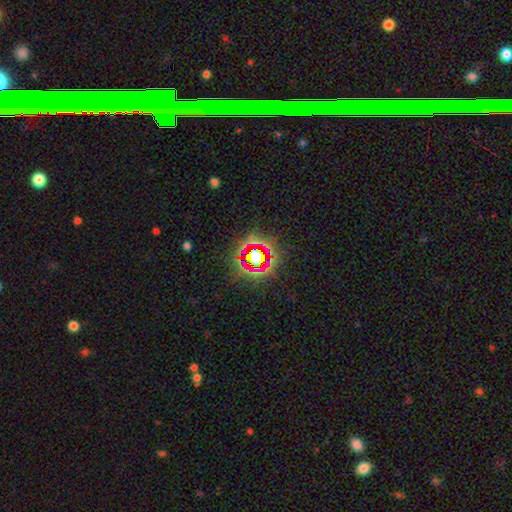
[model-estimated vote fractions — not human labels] Smooth or featured: star or artifact — 73% (smooth — 16%)